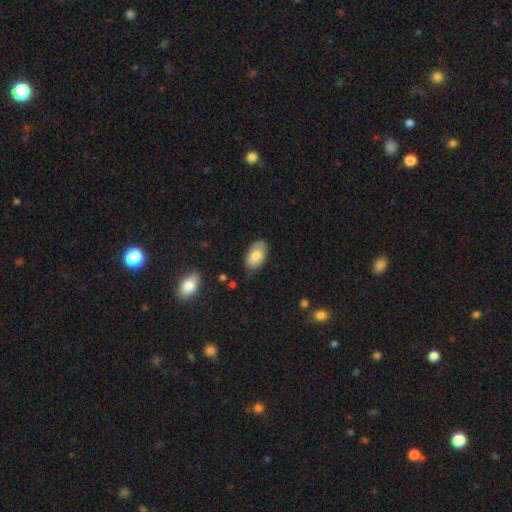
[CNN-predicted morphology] type=smooth (79%); roundness=in between (94%); merging=none (72%).